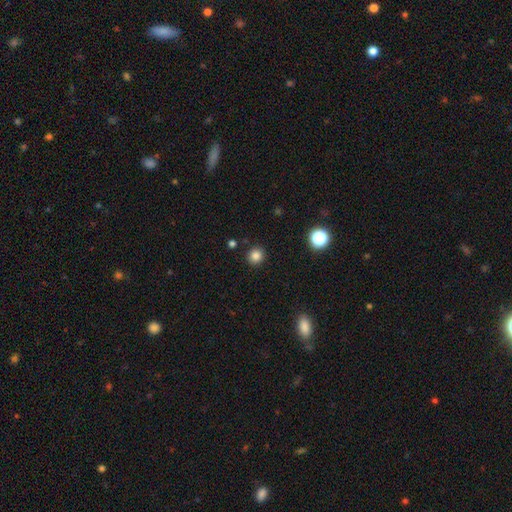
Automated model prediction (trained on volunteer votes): A smooth galaxy with no disk features (84%) that is round (90%). Merging: none (90%).